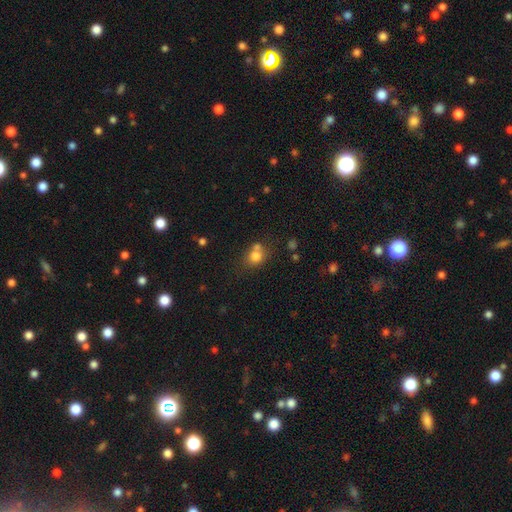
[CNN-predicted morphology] Q: Smooth or featured?
A: smooth (77%); runner-up: star or artifact (12%)
Q: How rounded?
A: round (68%); runner-up: in between (31%)
Q: Merging?
A: none (50%); runner-up: merger (32%)